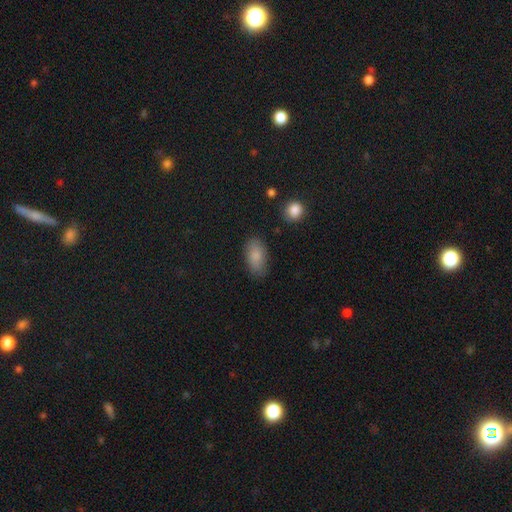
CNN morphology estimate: smooth_or_featured: smooth (p=0.85) [alt: featured or disk p=0.08]
how_rounded: in between (p=0.92) [alt: round p=0.05]
merging: none (p=0.78) [alt: minor disturbance p=0.16]